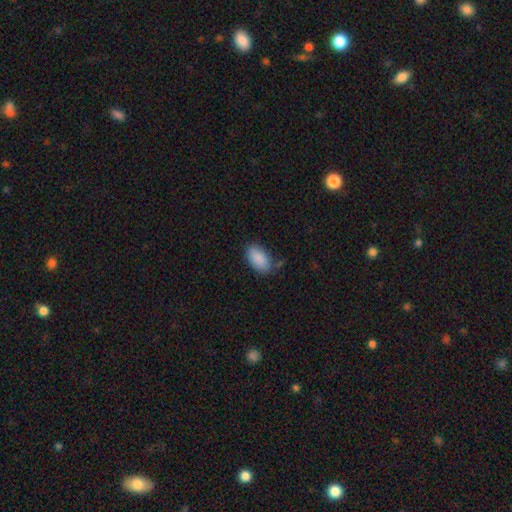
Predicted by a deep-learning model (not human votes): The model was most divided on "merging": none: 74%, minor disturbance: 19%, major disturbance: 4%, merger: 3%. More confident: how rounded — in between (94%); smooth or featured — smooth (88%).